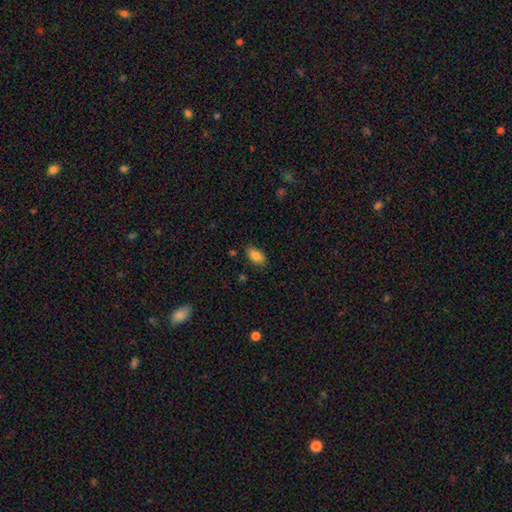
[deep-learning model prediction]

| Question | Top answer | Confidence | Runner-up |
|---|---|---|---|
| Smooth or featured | smooth | 85% | star or artifact (9%) |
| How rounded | in between | 91% | round (7%) |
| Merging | none | 81% | minor disturbance (14%) |